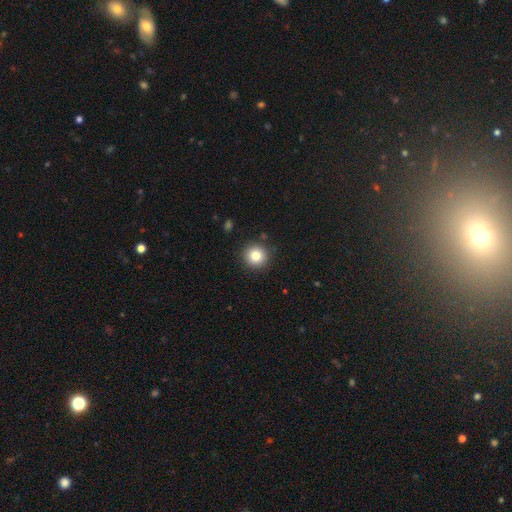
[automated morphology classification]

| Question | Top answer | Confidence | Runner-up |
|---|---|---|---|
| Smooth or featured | smooth | 82% | star or artifact (11%) |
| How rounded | round | 94% | in between (5%) |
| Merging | none | 90% | minor disturbance (6%) |